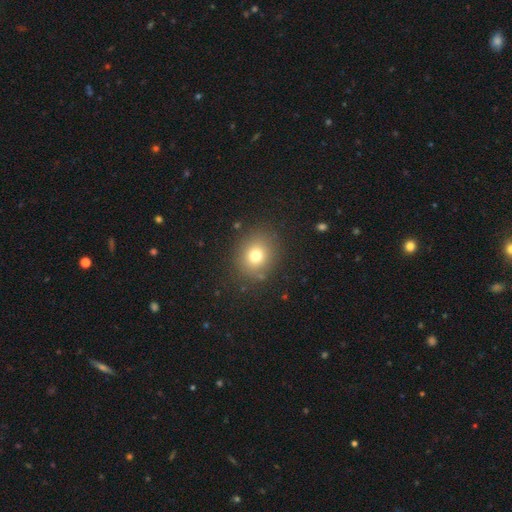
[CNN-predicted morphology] Overall: smooth (74%). How rounded: round (73%). Merging: none (85%).